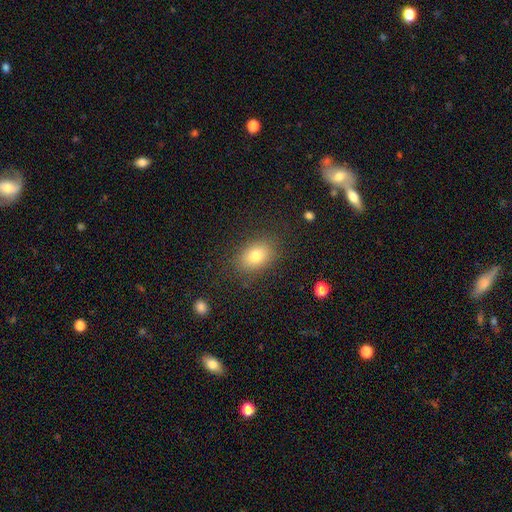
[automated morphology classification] A smooth galaxy with no disk features (78%) that is in between round and cigar-shaped (75%).

Vote fractions:
- Smooth or featured? smooth: 78% / featured or disk: 11% / star or artifact: 10%
- How rounded? in between: 75% / round: 24% / cigar-shaped: 1%
- Merging? none: 83% / minor disturbance: 11% / major disturbance: 4% / merger: 1%